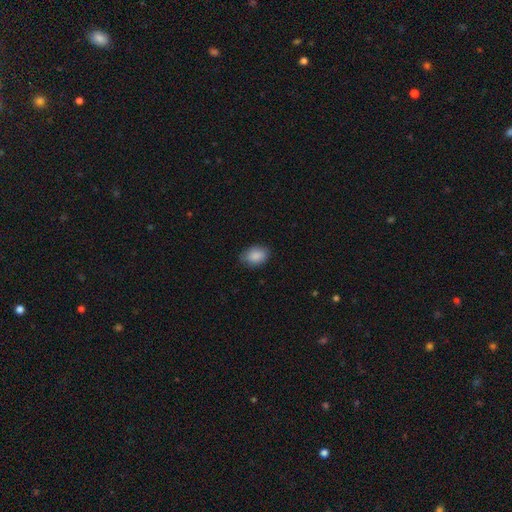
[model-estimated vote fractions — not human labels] Smooth or featured: smooth — 89% (star or artifact — 7%)
How rounded: in between — 82% (round — 17%)
Merging: none — 80% (minor disturbance — 16%)